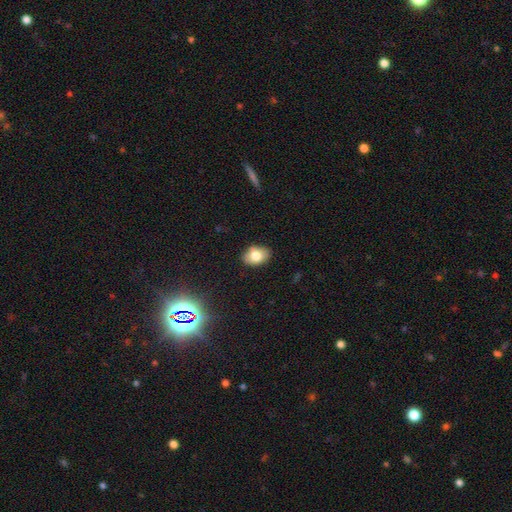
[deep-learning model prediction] This appears to be a smooth galaxy with no disk features (78%) that is in between round and cigar-shaped (82%). Merging: none (84%).